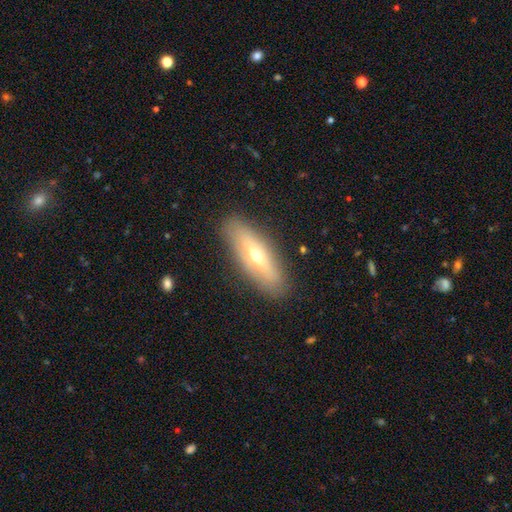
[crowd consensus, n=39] Volunteers were most divided on "smooth or featured": featured or disk: 49%, smooth: 38%, star or artifact: 13%. More confident: edge-on bulge — rounded (92%); merging — none (82%); edge-on disk — yes (68%).